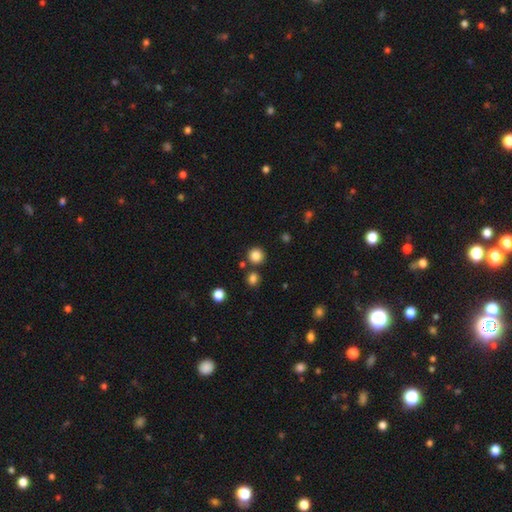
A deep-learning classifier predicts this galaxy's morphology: This appears to be a smooth galaxy with no disk features (84%) that is round (92%). Merging: none (84%).